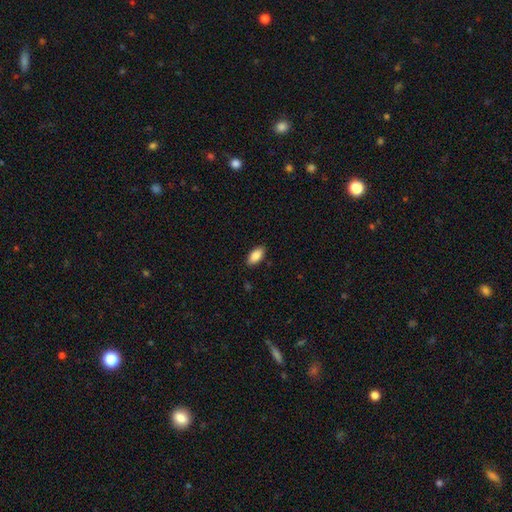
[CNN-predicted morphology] Smooth or featured? smooth (88%)
How rounded? in between (93%)
Merging? none (88%)